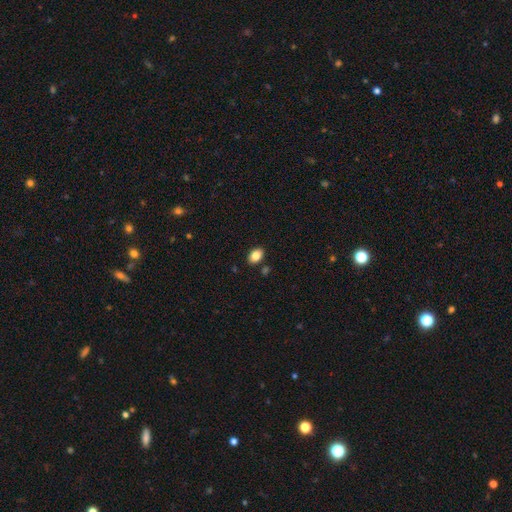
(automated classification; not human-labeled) This is clearly a smooth galaxy (86%). How rounded: clearly in between (85%). Merging: clearly none (85%).